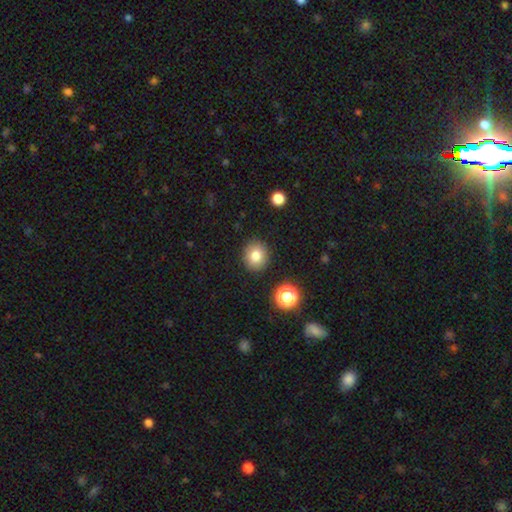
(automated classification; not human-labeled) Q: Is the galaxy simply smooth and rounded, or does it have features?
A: smooth — 81%.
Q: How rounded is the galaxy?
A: round — 83%.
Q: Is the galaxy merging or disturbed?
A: none — 88%.